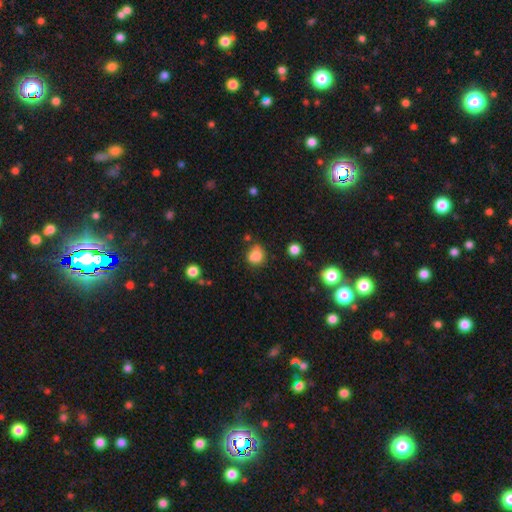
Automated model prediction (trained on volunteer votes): Overall: smooth (80%). How rounded: round (63%; in between 36%). Merging: none (58%; minor disturbance 23%).